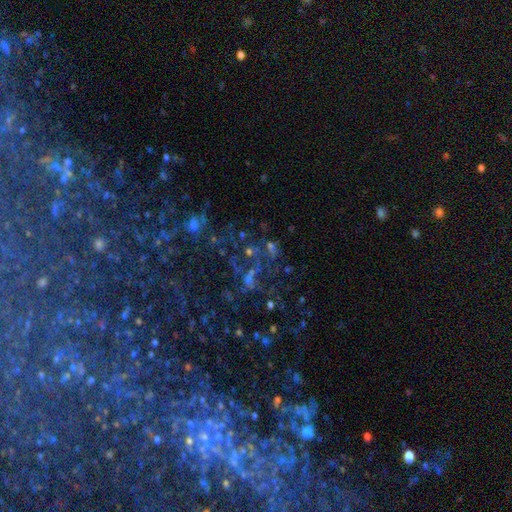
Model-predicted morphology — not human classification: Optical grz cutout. It shows a star or artifact, not a galaxy (66%).